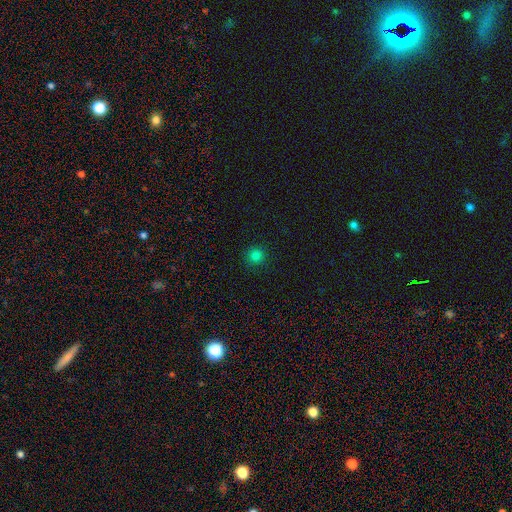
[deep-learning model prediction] Morphology: type=smooth (81%); roundness=round (94%); merging=none (90%).